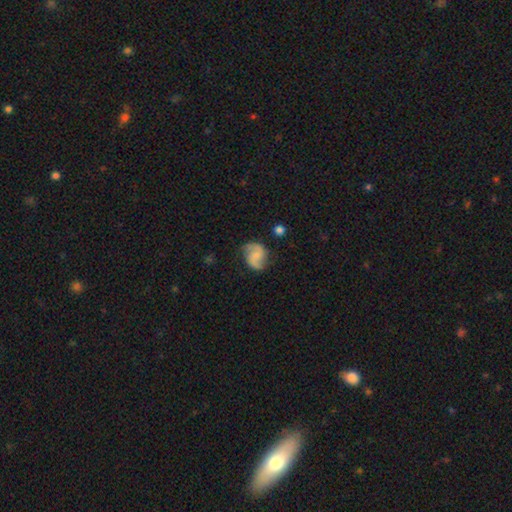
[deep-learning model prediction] A featured or disk galaxy (73%) with no bar (48%), 2 (91%) loose (47%) spiral arms (95%) and a small central bulge (41%).

Vote fractions:
- Smooth or featured? featured or disk: 73% / smooth: 20% / star or artifact: 7%
- Edge-on disk? no: 98% / yes: 2%
- Bar? no: 48% / weak: 42% / strong: 10%
- Spiral arms? yes: 95% / no: 5%
- Spiral winding? loose: 47% / medium: 41% / tight: 12%
- Spiral arm count? 2: 91% / can't tell: 3% / 1: 2% / 3: 1% / 4: 1% / more than 4: 1%
- Bulge size? small: 41% / none: 36% / moderate: 19% / large: 3% / dominant: 1%
- Merging? none: 74% / minor disturbance: 17% / major disturbance: 6% / merger: 2%